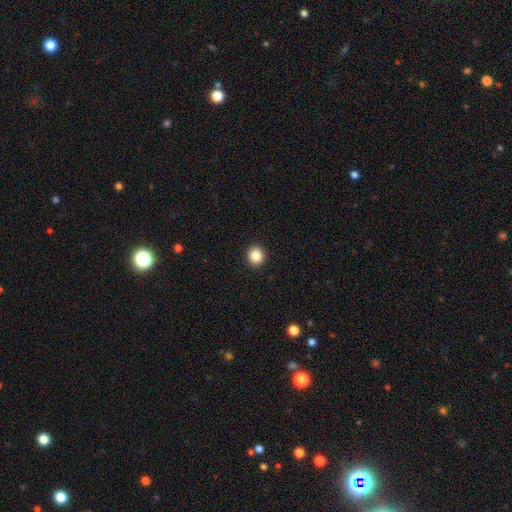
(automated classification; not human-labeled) The model was most divided on "how rounded": round: 79%, in between: 20%, cigar-shaped: 1%. More confident: merging — none (92%); smooth or featured — smooth (87%).